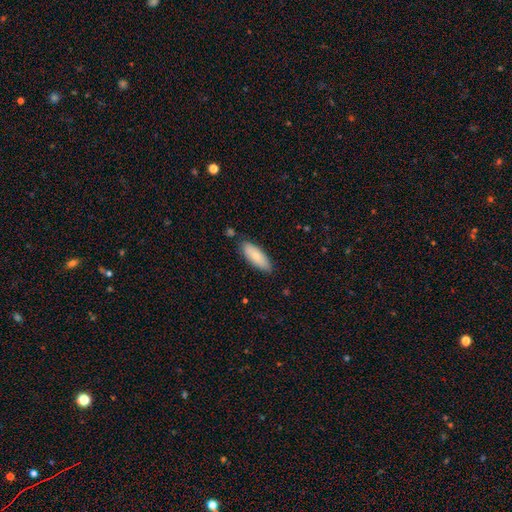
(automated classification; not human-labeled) This is clearly a smooth galaxy (81%). How rounded: likely in between (68%). Merging: clearly none (83%).